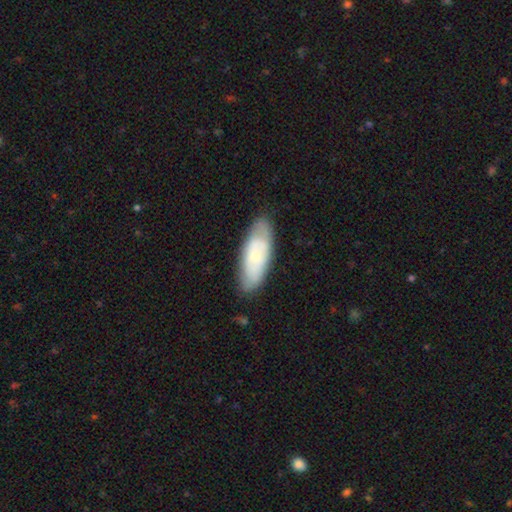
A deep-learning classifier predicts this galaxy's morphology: smooth 49%, featured or disk 46%, star or artifact 6%. Down the decision tree: merging — none (76%).